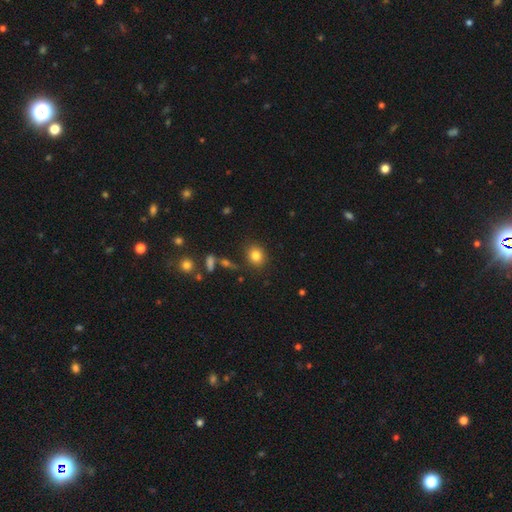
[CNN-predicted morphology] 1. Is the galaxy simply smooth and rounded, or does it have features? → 82% smooth, 11% star or artifact, 7% featured or disk.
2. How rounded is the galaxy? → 72% round, 27% in between, 1% cigar-shaped.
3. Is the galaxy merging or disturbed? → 84% none, 9% minor disturbance, 3% major disturbance, 3% merger.